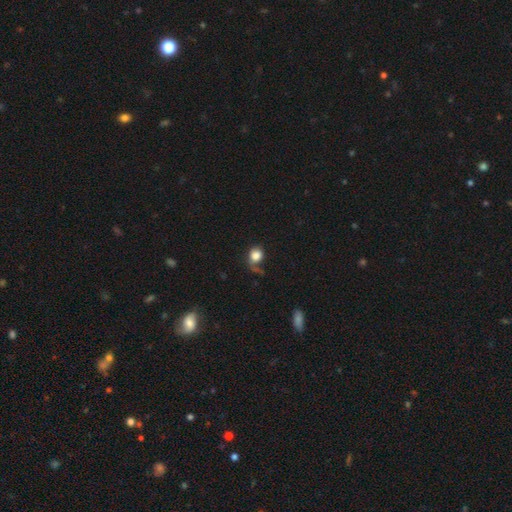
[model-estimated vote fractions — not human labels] This appears to be a smooth galaxy with no disk features (81%) that is round (62%). Merging: none (44%).